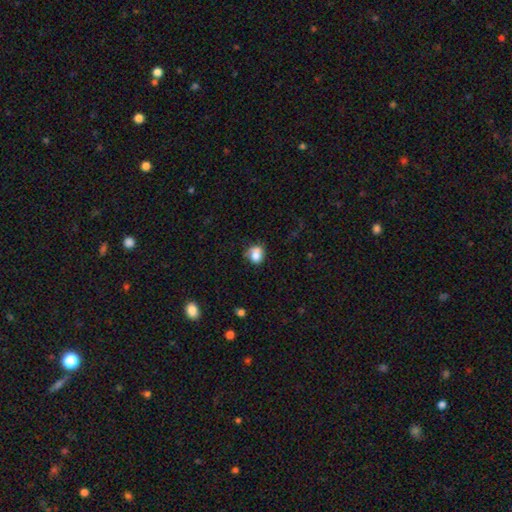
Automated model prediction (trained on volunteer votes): smooth-or-featured: smooth: 77% | featured or disk: 13% | star or artifact: 10%
  how-rounded: round: 60% | in between: 39% | cigar-shaped: 1%
  merging: none: 49% | minor disturbance: 31% | major disturbance: 11% | merger: 9%